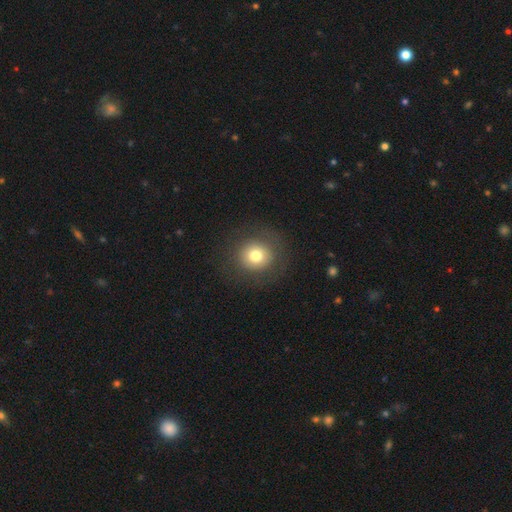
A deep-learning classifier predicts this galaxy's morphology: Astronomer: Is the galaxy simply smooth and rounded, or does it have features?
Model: smooth — 74%.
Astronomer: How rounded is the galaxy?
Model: round — 90%.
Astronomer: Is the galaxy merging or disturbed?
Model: none — 85%.